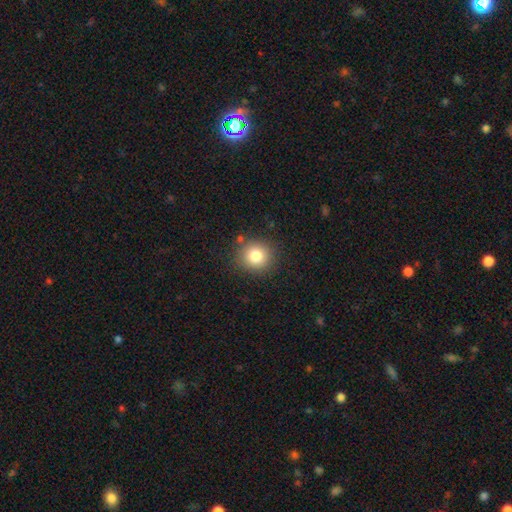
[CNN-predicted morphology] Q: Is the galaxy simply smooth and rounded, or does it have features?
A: smooth — 81%.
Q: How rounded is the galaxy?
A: round — 90%.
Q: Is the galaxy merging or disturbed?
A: none — 86%.